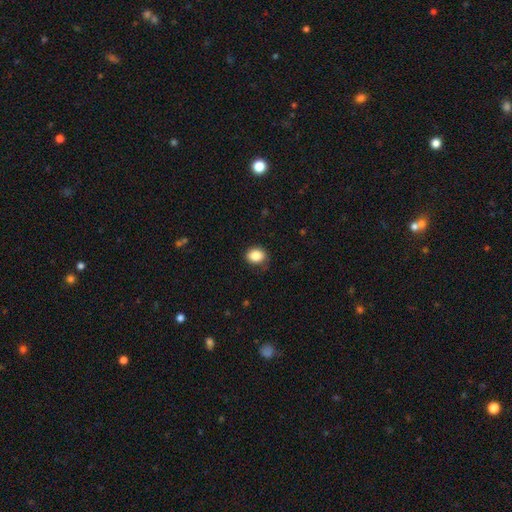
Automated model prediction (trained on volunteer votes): Smooth or featured? smooth (86%)
How rounded? round (52%)
Merging? none (82%)